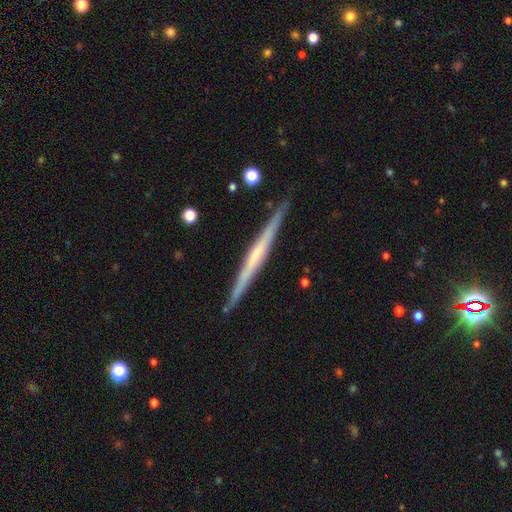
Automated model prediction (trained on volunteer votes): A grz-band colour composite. It shows a featured or disk galaxy (69%) viewed edge-on (98%) with no central bulge (68%). Merging: none (90%).